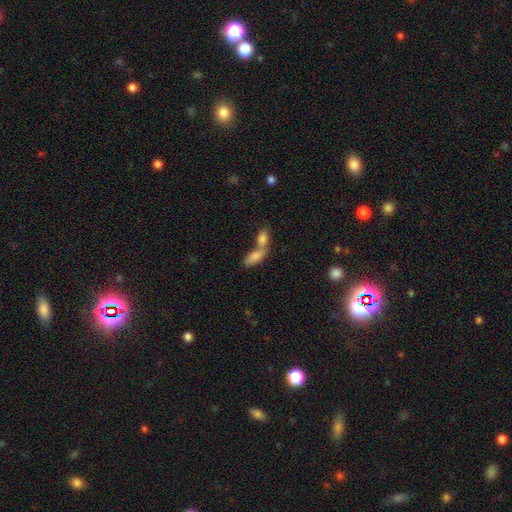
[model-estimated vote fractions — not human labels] Overall: smooth (81%). How rounded: in between (80%). Merging: merger (72%).